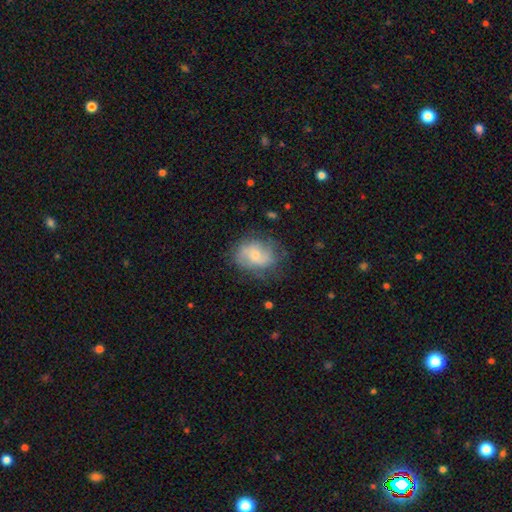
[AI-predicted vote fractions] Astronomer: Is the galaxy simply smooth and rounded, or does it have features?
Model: featured or disk — 50% (runner-up: smooth, 42%).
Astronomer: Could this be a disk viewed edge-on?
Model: no — 97%.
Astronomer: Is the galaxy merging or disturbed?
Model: none — 63%.